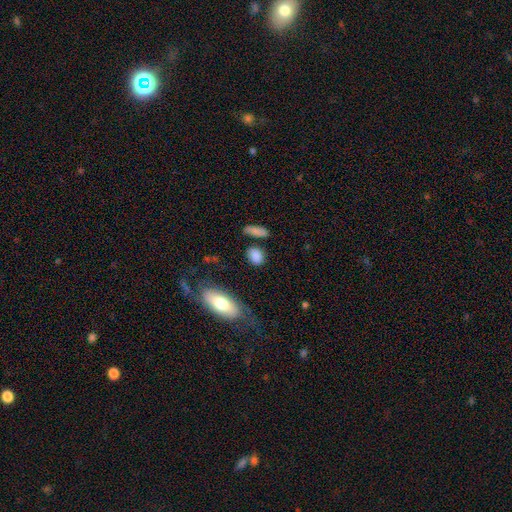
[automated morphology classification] Smooth or featured? smooth (85%)
How rounded? in between (63%)
Merging? none (77%)